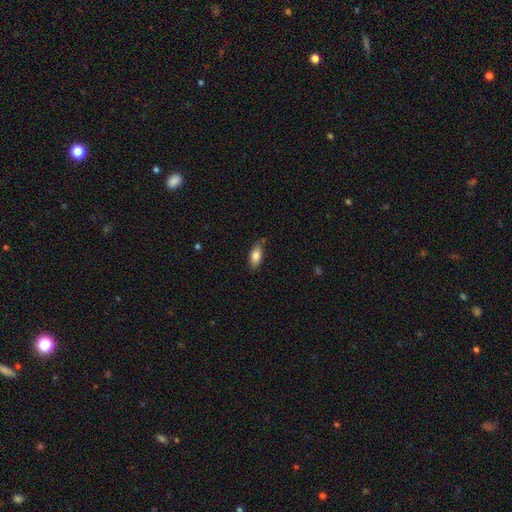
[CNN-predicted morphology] This appears to be a smooth galaxy with no disk features (82%) that is in between round and cigar-shaped (84%). Merging: none (80%).